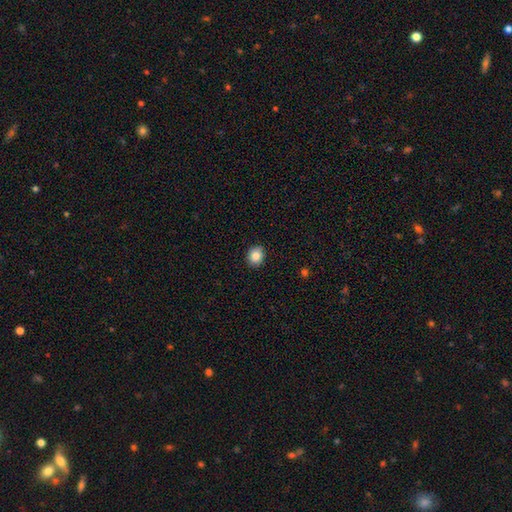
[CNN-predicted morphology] smooth 86%, star or artifact 9%, featured or disk 5%. Down the decision tree: how rounded — round (64%); merging — none (90%).